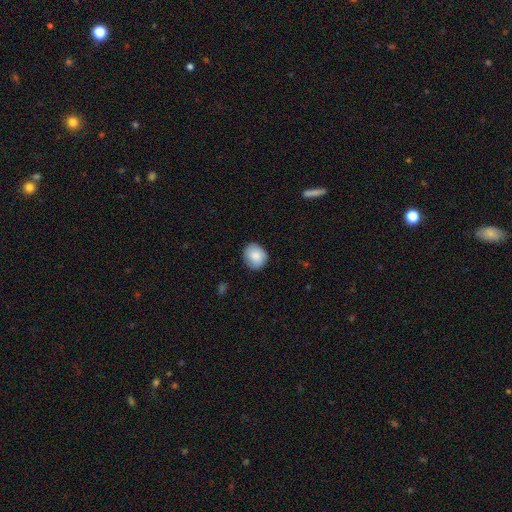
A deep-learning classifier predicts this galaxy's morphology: Smooth or featured? smooth (86%)
How rounded? round (71%)
Merging? none (83%)